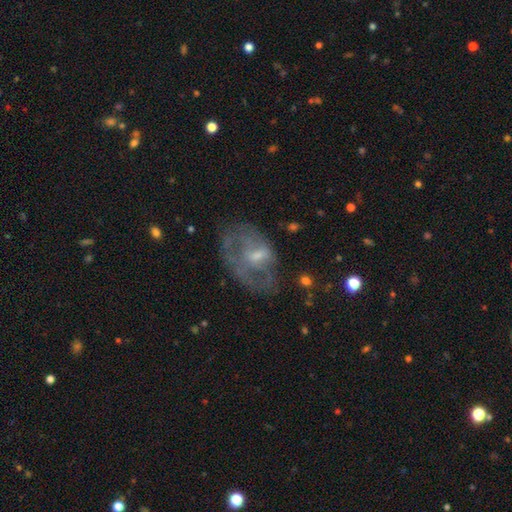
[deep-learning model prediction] Smooth or featured? featured or disk (58%)
Edge-on disk? no (96%)
Bar? no (54%)
Spiral arms? no (64%)
Bulge size? small (43%)
Merging? none (41%)